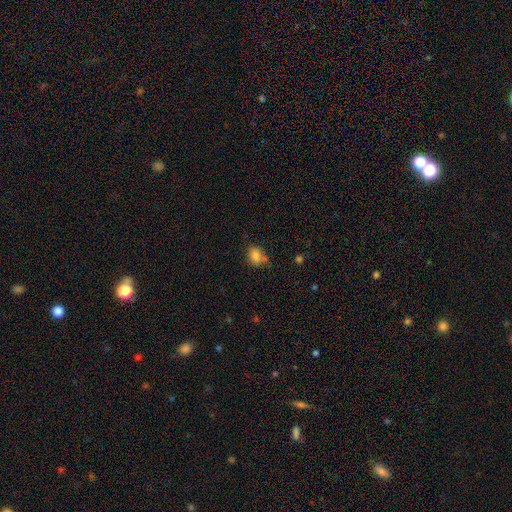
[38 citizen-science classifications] smooth_or_featured: smooth (p=0.84) [alt: featured or disk p=0.16]
how_rounded: round (p=0.56) [alt: in between p=0.44]
merging: none (p=0.58) [alt: minor disturbance p=0.24]